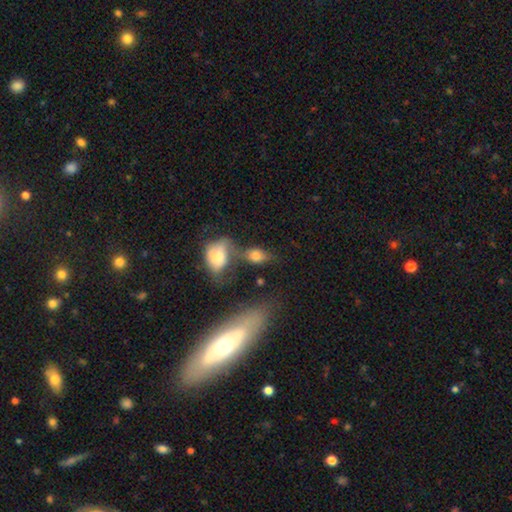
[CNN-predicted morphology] A smooth galaxy with no disk features (68%) that is in between round and cigar-shaped (77%).

Vote fractions:
- Smooth or featured? smooth: 68% / featured or disk: 21% / star or artifact: 11%
- How rounded? in between: 77% / round: 18% / cigar-shaped: 5%
- Merging? none: 40% / merger: 31% / minor disturbance: 17% / major disturbance: 12%